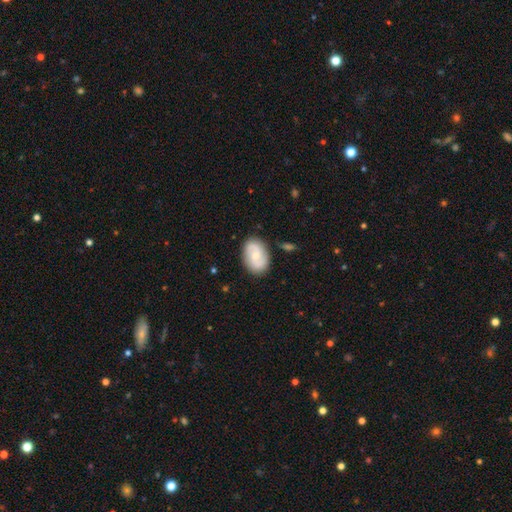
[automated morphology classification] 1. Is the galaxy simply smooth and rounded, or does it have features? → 56% featured or disk, 38% smooth, 6% star or artifact.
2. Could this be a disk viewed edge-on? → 97% no, 3% yes.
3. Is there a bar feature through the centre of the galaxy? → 59% no, 35% weak, 6% strong.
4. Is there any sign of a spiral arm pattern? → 87% yes, 13% no.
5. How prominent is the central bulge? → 48% small, 45% moderate, 3% none, 2% large, 1% dominant.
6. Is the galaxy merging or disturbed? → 83% none, 12% minor disturbance, 3% major disturbance, 2% merger.